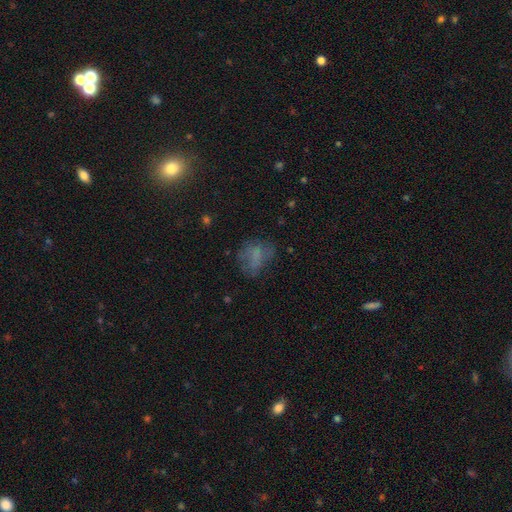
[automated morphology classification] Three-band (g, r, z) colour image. It shows a smooth galaxy with no disk features (59%) that is in between round and cigar-shaped (62%). Merging: none (51%).